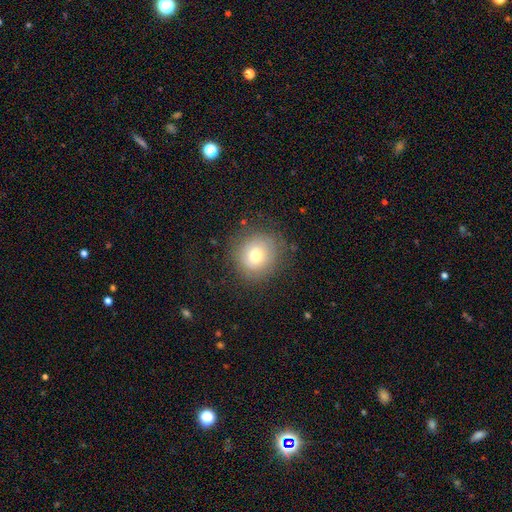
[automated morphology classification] A smooth galaxy with no disk features (67%) that is round (90%). Merging: none (80%).